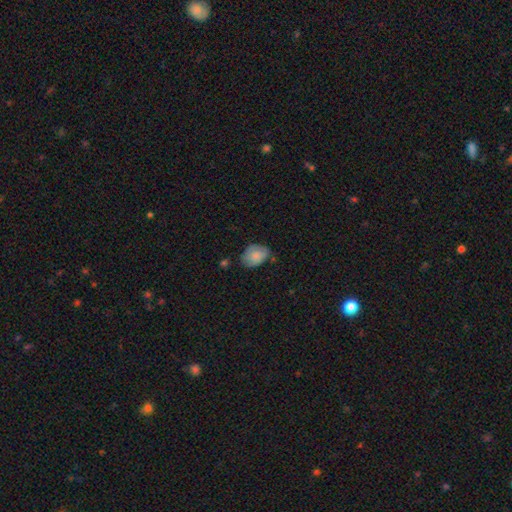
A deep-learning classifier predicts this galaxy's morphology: Smooth or featured: smooth — 74% (featured or disk — 19%)
How rounded: in between — 74% (round — 25%)
Merging: none — 57% (minor disturbance — 32%)